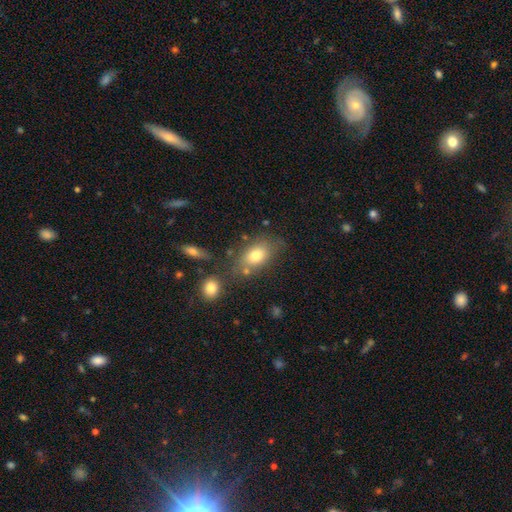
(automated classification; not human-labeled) A smooth galaxy with no disk features (76%) that is in between round and cigar-shaped (82%).

Vote fractions:
- Smooth or featured? smooth: 76% / featured or disk: 15% / star or artifact: 9%
- How rounded? in between: 82% / round: 15% / cigar-shaped: 3%
- Merging? none: 64% / minor disturbance: 16% / merger: 13% / major disturbance: 6%